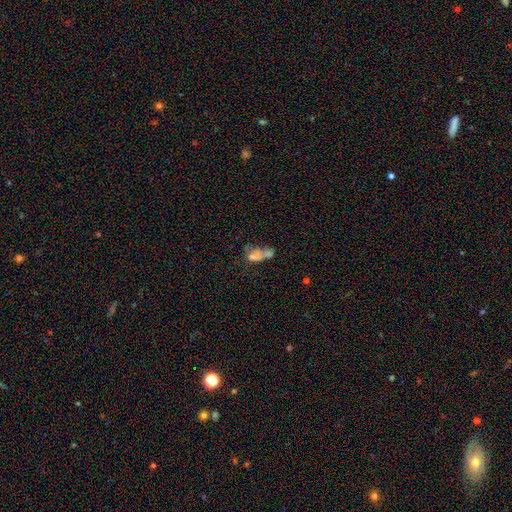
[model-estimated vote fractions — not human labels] A smooth galaxy with no disk features (57%) that is in between round and cigar-shaped (74%).

Vote fractions:
- Smooth or featured? smooth: 57% / featured or disk: 29% / star or artifact: 14%
- How rounded? in between: 74% / round: 21% / cigar-shaped: 5%
- Merging? merger: 59% / none: 17% / major disturbance: 14% / minor disturbance: 10%